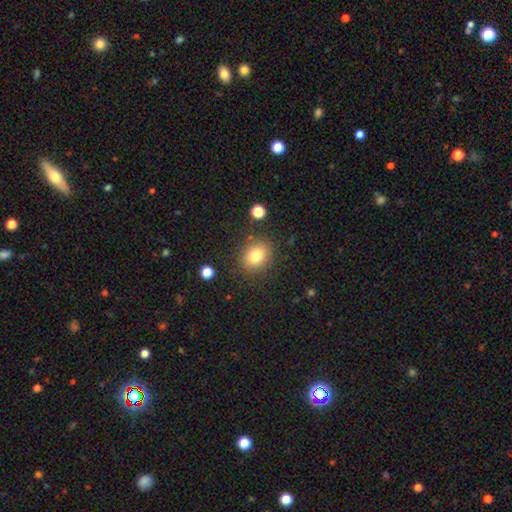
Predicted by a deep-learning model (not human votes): smooth-or-featured: smooth: 80% | star or artifact: 11% | featured or disk: 8%
  how-rounded: round: 60% | in between: 39% | cigar-shaped: 1%
  merging: none: 83% | minor disturbance: 10% | major disturbance: 4% | merger: 3%